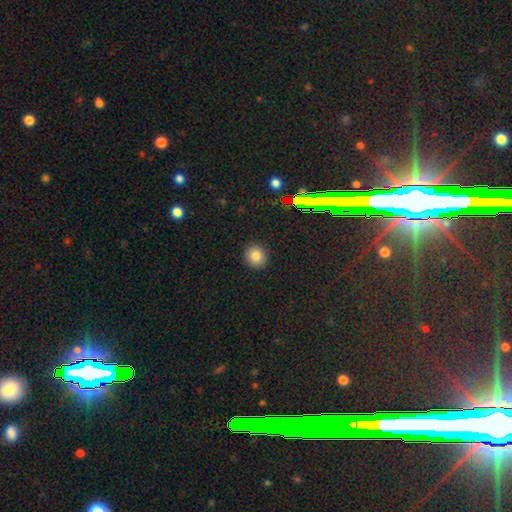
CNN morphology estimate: smooth-or-featured: smooth: 81% | star or artifact: 13% | featured or disk: 6%
  how-rounded: round: 93% | in between: 6% | cigar-shaped: 1%
  merging: none: 92% | minor disturbance: 5% | major disturbance: 2% | merger: 1%